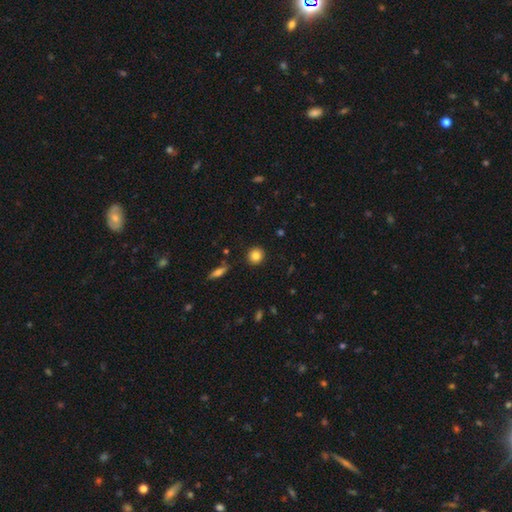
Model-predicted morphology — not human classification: Overall: smooth (84%). How rounded: round (90%). Merging: none (90%).